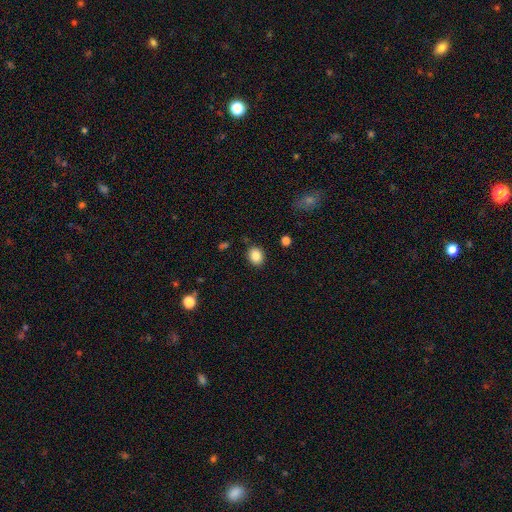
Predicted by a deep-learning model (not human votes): Smooth or featured: smooth — 85% (star or artifact — 10%)
How rounded: round — 58% (in between — 42%)
Merging: none — 87% (minor disturbance — 9%)